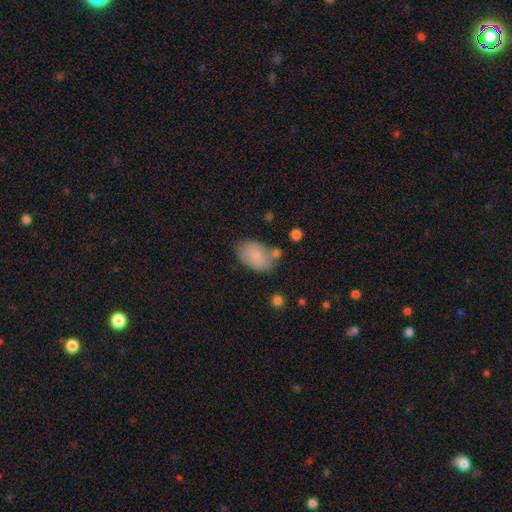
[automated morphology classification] The model was most divided on "merging": none: 63%, minor disturbance: 22%, merger: 10%, major disturbance: 5%. More confident: how rounded — in between (90%); smooth or featured — smooth (79%).